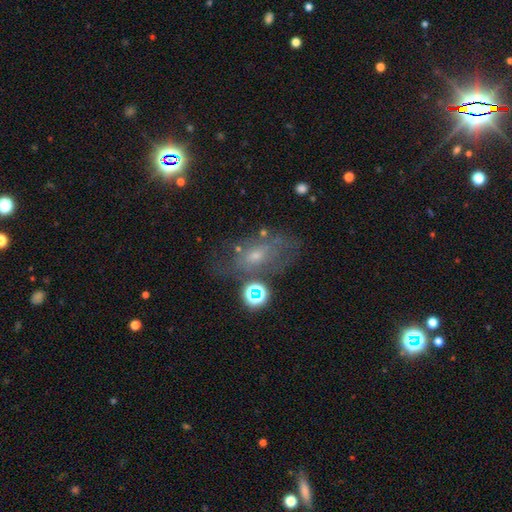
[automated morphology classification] Q: Smooth or featured?
A: featured or disk (44%); runner-up: smooth (39%)
Q: Merging?
A: none (44%); runner-up: major disturbance (24%)